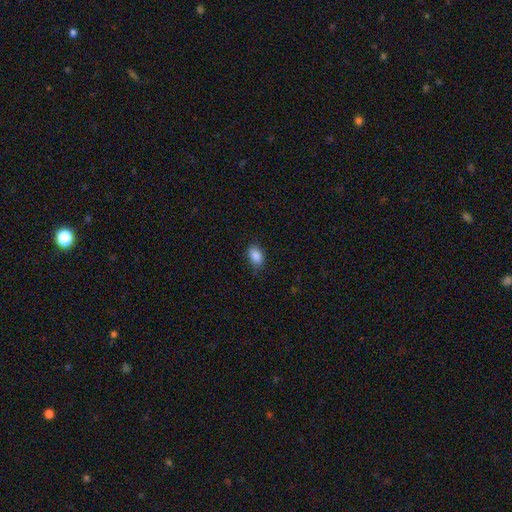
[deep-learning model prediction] This is clearly a smooth galaxy (88%). How rounded: clearly in between (85%). Merging: likely none (78%).